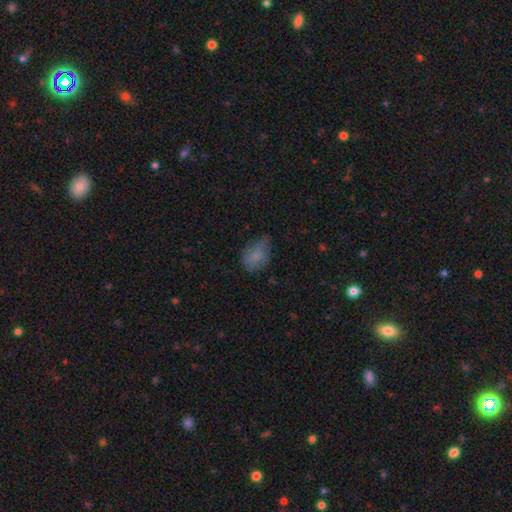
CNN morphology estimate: smooth 76%, featured or disk 14%, star or artifact 10%. Down the decision tree: how rounded — in between (78%); merging — none (42%).